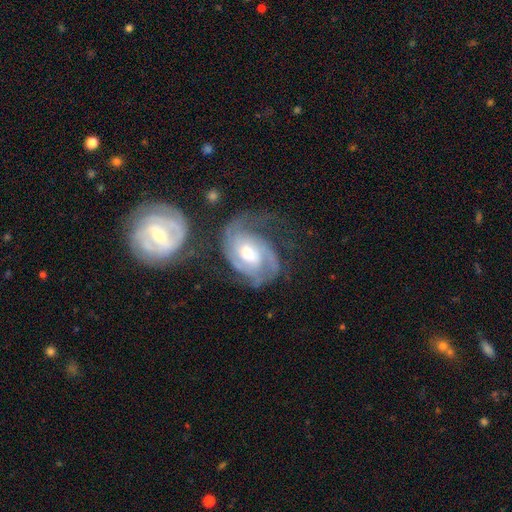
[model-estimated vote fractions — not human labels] A featured or disk galaxy (88%) with no bar (49%), 2 (49%) tight (45%) spiral arms (96%) and a moderate central bulge (62%).

Vote fractions:
- Smooth or featured? featured or disk: 88% / smooth: 8% / star or artifact: 5%
- Edge-on disk? no: 97% / yes: 3%
- Bar? no: 49% / weak: 40% / strong: 11%
- Spiral arms? yes: 96% / no: 4%
- Spiral winding? tight: 45% / medium: 42% / loose: 13%
- Spiral arm count? 2: 49% / 3: 21% / can't tell: 16% / 1: 6% / 4: 5% / more than 4: 4%
- Bulge size? moderate: 62% / large: 17% / small: 17% / none: 2% / dominant: 2%
- Merging? none: 45% / major disturbance: 26% / minor disturbance: 21% / merger: 7%